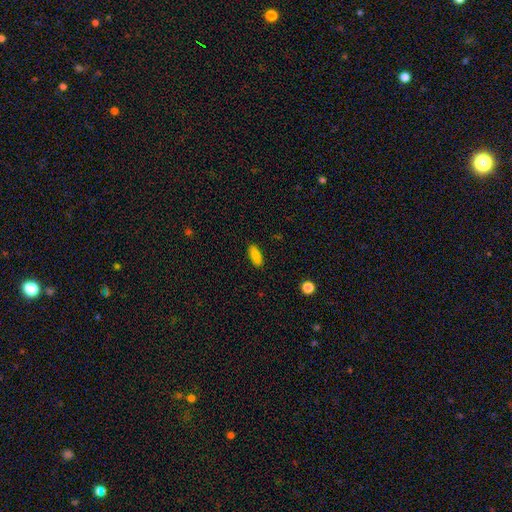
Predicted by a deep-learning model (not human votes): A smooth galaxy with no disk features (86%) that is in between round and cigar-shaped (79%).

Vote fractions:
- Smooth or featured? smooth: 86% / star or artifact: 8% / featured or disk: 6%
- How rounded? in between: 79% / cigar-shaped: 18% / round: 2%
- Merging? none: 88% / minor disturbance: 9% / major disturbance: 2% / merger: 1%